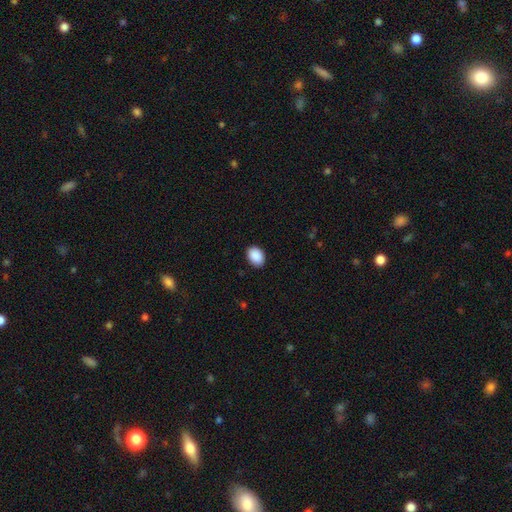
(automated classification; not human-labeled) Smooth or featured: smooth — 91% (star or artifact — 7%)
How rounded: in between — 74% (round — 25%)
Merging: none — 89% (minor disturbance — 8%)